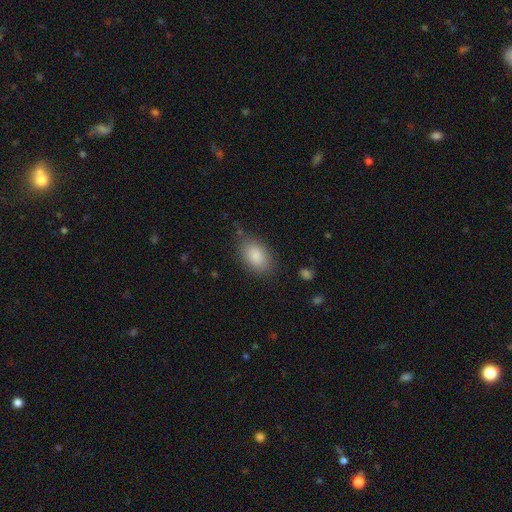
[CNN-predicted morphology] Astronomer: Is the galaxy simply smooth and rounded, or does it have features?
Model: smooth — 87%.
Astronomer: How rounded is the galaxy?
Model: in between — 87%.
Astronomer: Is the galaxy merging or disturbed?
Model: none — 79%.